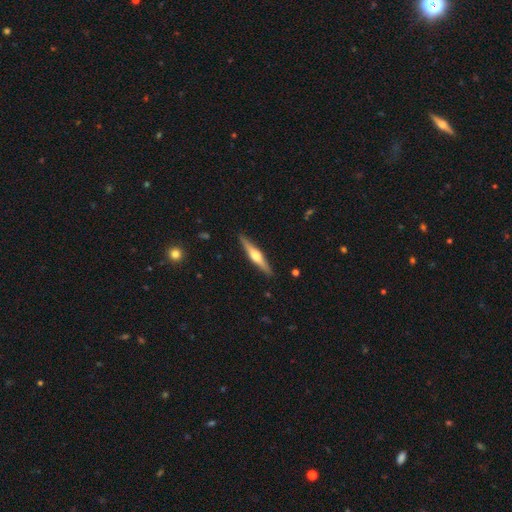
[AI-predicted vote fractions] Q: Smooth or featured?
A: featured or disk (72%); runner-up: smooth (23%)
Q: Edge-on disk?
A: yes (98%); runner-up: no (2%)
Q: Edge-on bulge?
A: rounded (93%); runner-up: boxy (4%)
Q: Merging?
A: none (91%); runner-up: minor disturbance (6%)